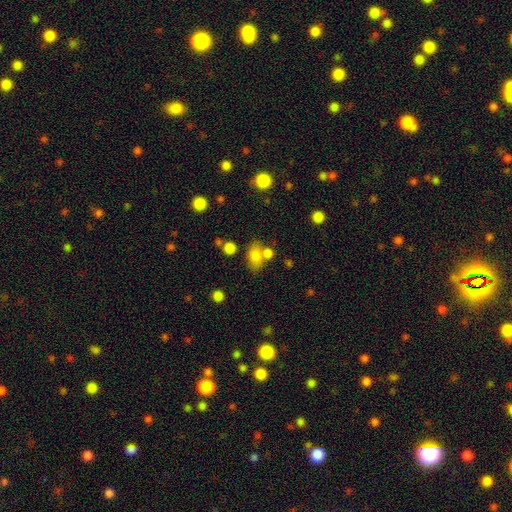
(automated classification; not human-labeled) Smooth or featured: smooth — 78% (star or artifact — 11%)
How rounded: in between — 76% (round — 22%)
Merging: none — 51% (merger — 29%)